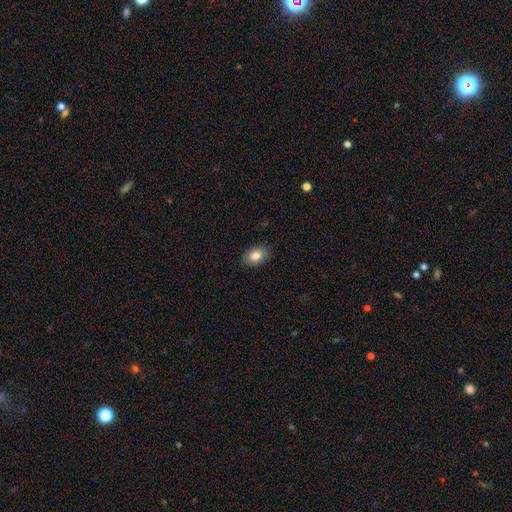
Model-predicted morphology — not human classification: smooth-or-featured: smooth: 82% | featured or disk: 10% | star or artifact: 8%
  how-rounded: in between: 86% | round: 13% | cigar-shaped: 1%
  merging: none: 88% | minor disturbance: 9% | major disturbance: 2% | merger: 1%